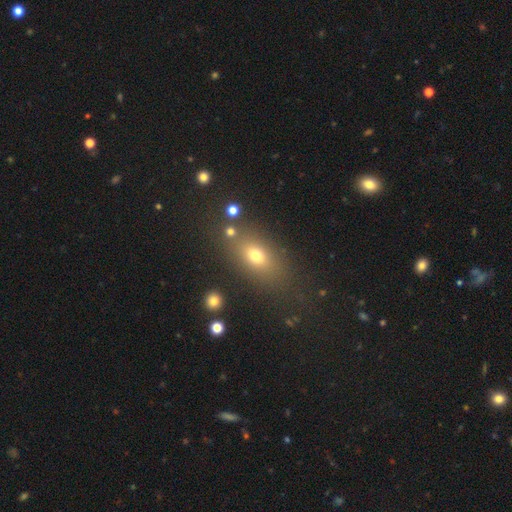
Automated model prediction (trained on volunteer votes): A smooth galaxy with no disk features (68%) that is in between round and cigar-shaped (73%). Merging: none (76%).